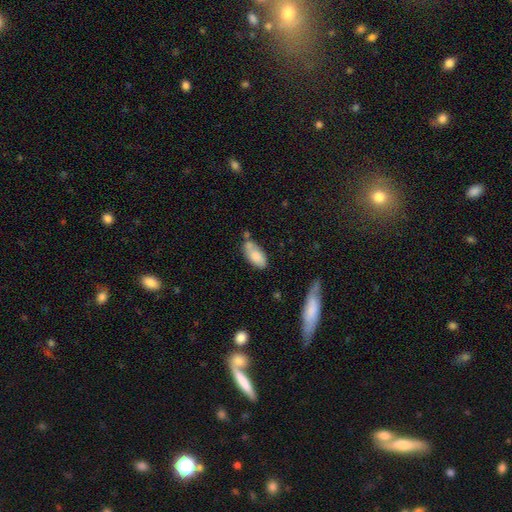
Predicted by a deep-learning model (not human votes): smooth-or-featured: smooth: 79% | featured or disk: 14% | star or artifact: 7%
  how-rounded: in between: 89% | cigar-shaped: 8% | round: 3%
  merging: none: 52% | minor disturbance: 25% | merger: 17% | major disturbance: 6%